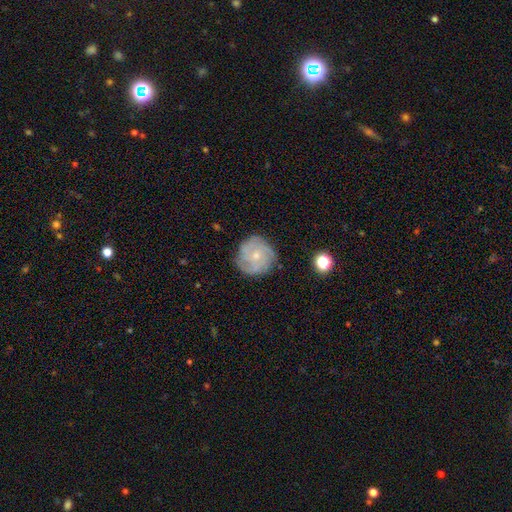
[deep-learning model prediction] This is likely a featured or disk galaxy (67%). It is clearly not viewed edge-on (98%). Bar: likely no (78%). Spiral arm pattern: clearly yes (86%). Spiral arm count: marginally can't tell (39%). Spiral winding: likely tight (62%). Central bulge: likely small (68%). Merging: likely none (78%).